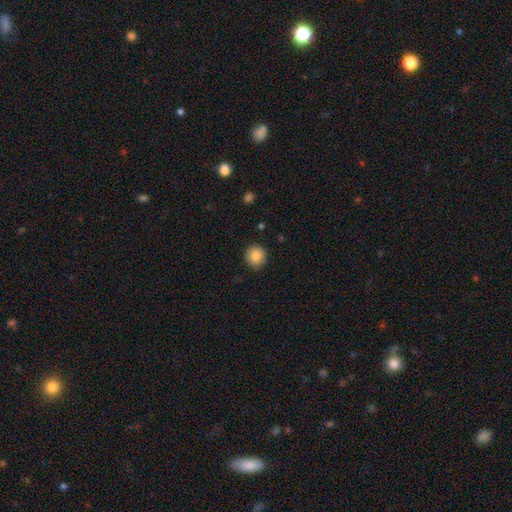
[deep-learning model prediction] A smooth galaxy with no disk features (87%) that is round (92%).

Vote fractions:
- Smooth or featured? smooth: 87% / star or artifact: 9% / featured or disk: 5%
- How rounded? round: 92% / in between: 7% / cigar-shaped: 1%
- Merging? none: 89% / minor disturbance: 8% / major disturbance: 2% / merger: 1%